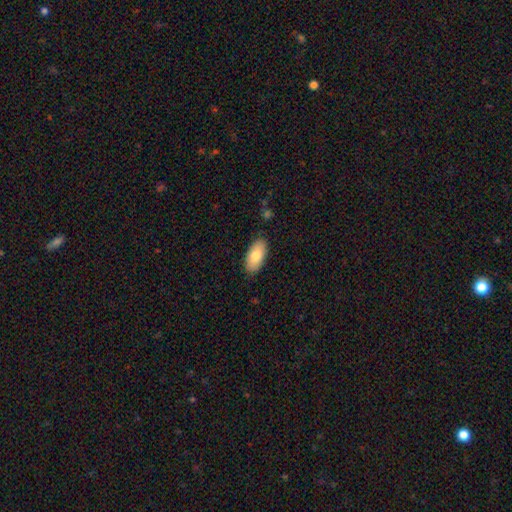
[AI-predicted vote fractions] A smooth galaxy with no disk features (81%) that is in between round and cigar-shaped (93%). Merging: none (87%).